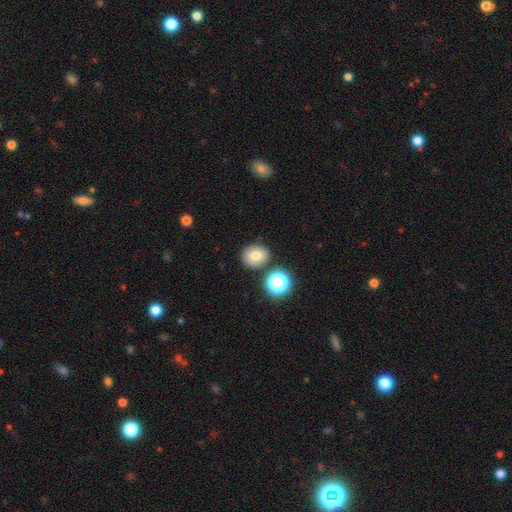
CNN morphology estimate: This is likely a smooth galaxy (76%). How rounded: likely round (68%). Merging: clearly none (80%).